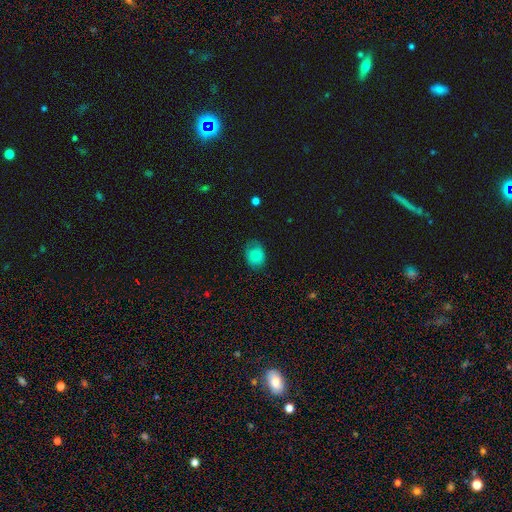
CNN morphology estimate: smooth-or-featured: smooth: 74% | featured or disk: 17% | star or artifact: 9%
  how-rounded: in between: 59% | round: 40% | cigar-shaped: 1%
  merging: none: 70% | minor disturbance: 23% | major disturbance: 6% | merger: 1%